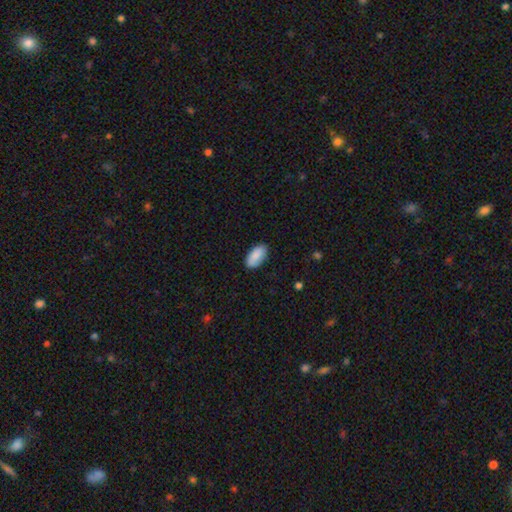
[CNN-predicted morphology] Q: Smooth or featured?
A: smooth (87%); runner-up: featured or disk (7%)
Q: How rounded?
A: in between (95%); runner-up: cigar-shaped (3%)
Q: Merging?
A: none (86%); runner-up: minor disturbance (11%)